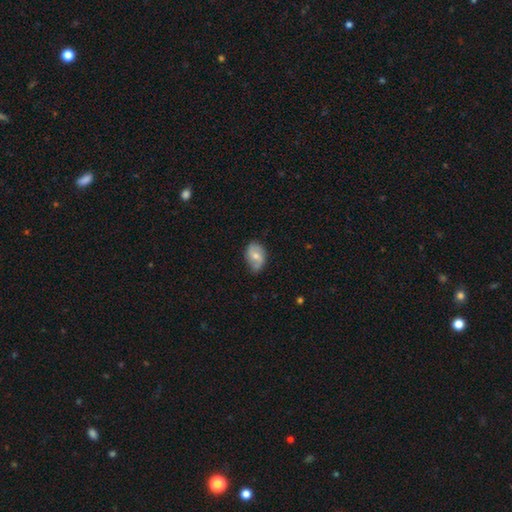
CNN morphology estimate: A smooth galaxy with no disk features (51%) that is in between round and cigar-shaped (81%). Merging: none (60%).